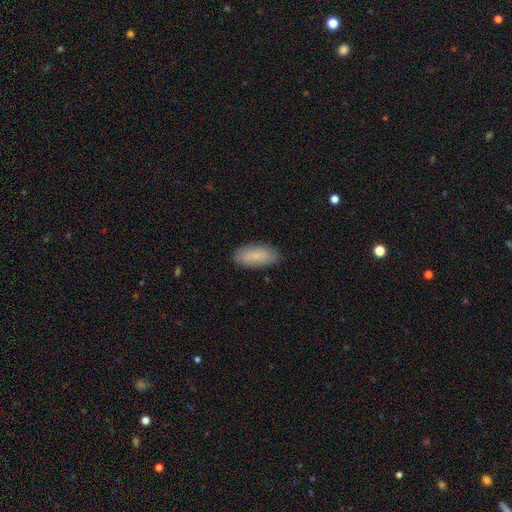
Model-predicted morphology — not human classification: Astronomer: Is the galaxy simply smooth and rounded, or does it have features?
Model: smooth — 77%.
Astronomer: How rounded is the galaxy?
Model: in between — 90%.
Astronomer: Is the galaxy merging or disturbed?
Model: none — 86%.